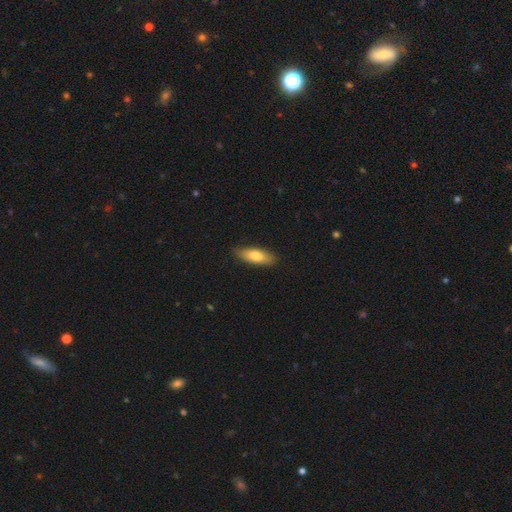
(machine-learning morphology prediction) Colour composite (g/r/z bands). It shows a smooth galaxy with no disk features (74%) that is in between round and cigar-shaped (55%). Merging: none (86%).